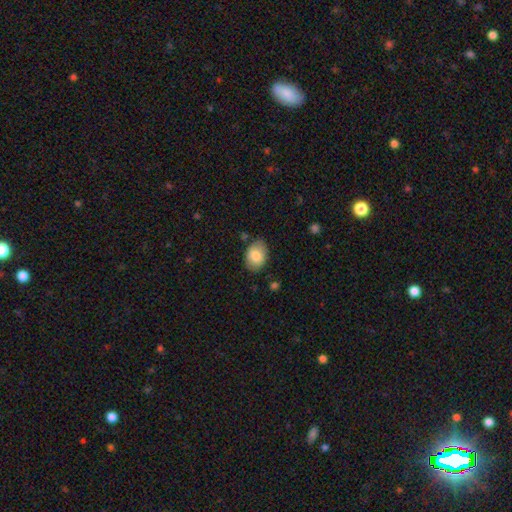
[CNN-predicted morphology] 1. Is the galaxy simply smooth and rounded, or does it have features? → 83% smooth, 10% featured or disk, 7% star or artifact.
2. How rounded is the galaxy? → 78% in between, 21% round, 1% cigar-shaped.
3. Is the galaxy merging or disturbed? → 76% none, 18% minor disturbance, 4% major disturbance, 2% merger.